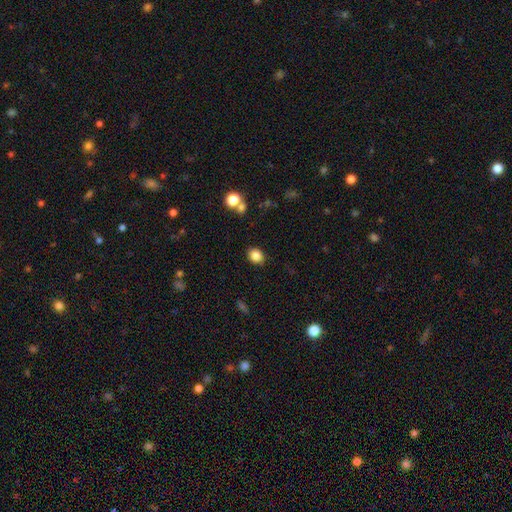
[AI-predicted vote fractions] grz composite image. It shows a smooth galaxy with no disk features (84%) that is round (52%). Merging: none (87%).